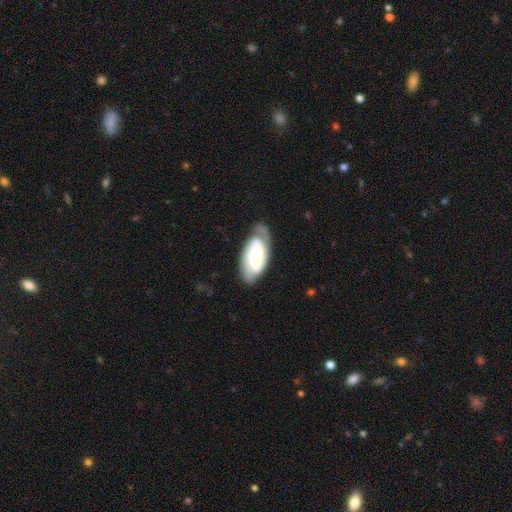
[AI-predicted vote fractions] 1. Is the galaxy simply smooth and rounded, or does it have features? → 72% featured or disk, 23% smooth, 5% star or artifact.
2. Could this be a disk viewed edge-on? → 93% no, 7% yes.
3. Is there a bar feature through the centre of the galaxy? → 61% no, 27% weak, 12% strong.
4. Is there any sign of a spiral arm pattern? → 89% yes, 11% no.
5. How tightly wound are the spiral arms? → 54% tight, 34% medium, 12% loose.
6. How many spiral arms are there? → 61% 2, 19% can't tell, 11% 1, 5% 3, 2% 4, 1% more than 4.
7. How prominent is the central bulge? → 52% moderate, 32% small, 12% large, 2% dominant, 2% none.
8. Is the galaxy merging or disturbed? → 66% none, 22% minor disturbance, 10% major disturbance, 2% merger.